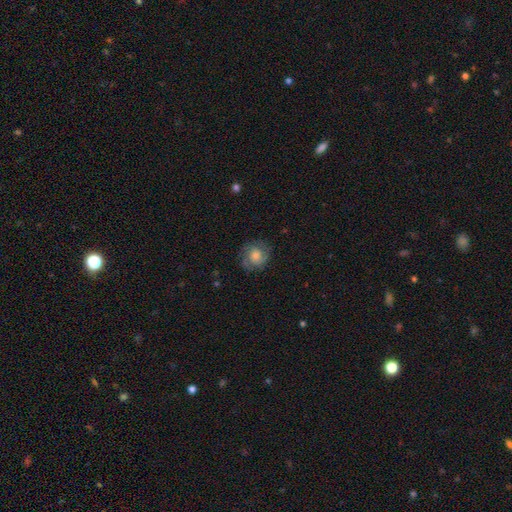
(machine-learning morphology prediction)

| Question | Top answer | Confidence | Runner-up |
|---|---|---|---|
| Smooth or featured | featured or disk | 61% | smooth (31%) |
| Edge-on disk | no | 98% | yes (2%) |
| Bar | no | 74% | weak (23%) |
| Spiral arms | yes | 90% | no (10%) |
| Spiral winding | tight | 50% | medium (39%) |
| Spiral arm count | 2 | 49% | can't tell (21%) |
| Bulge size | moderate | 44% | small (25%) |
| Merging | none | 76% | minor disturbance (16%) |